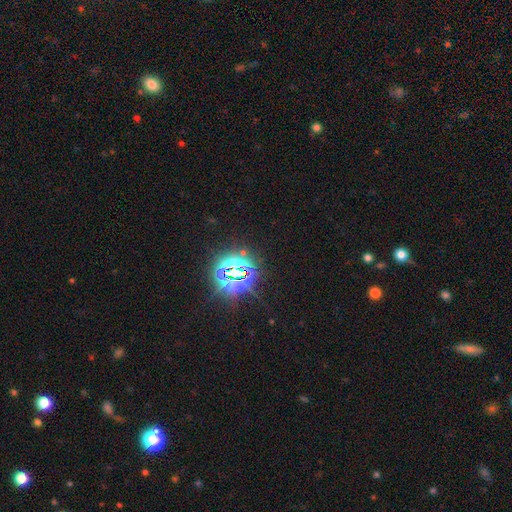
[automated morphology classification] The model was most divided on "smooth or featured": star or artifact: 74%, smooth: 20%, featured or disk: 6%.